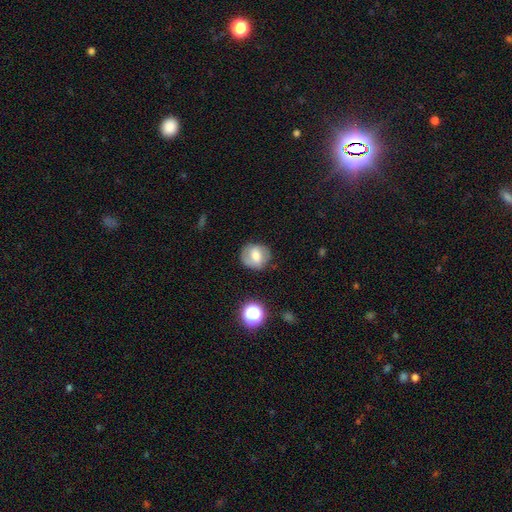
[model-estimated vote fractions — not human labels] A smooth galaxy with no disk features (54%) that is round (76%).

Vote fractions:
- Smooth or featured? smooth: 54% / featured or disk: 36% / star or artifact: 10%
- How rounded? round: 76% / in between: 23% / cigar-shaped: 1%
- Merging? none: 79% / minor disturbance: 15% / major disturbance: 5% / merger: 2%